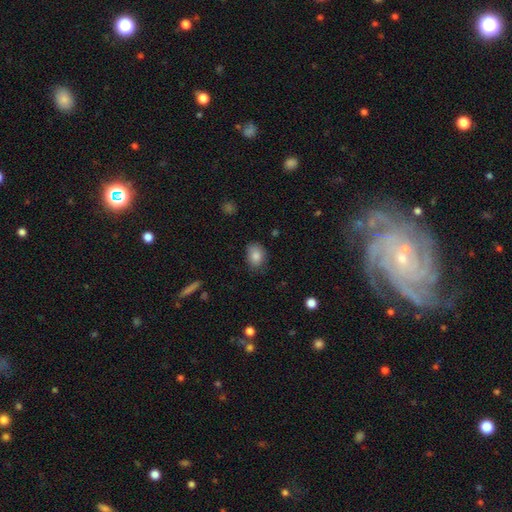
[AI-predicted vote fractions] The model was most divided on "how rounded": in between: 66%, round: 33%, cigar-shaped: 1%. More confident: smooth or featured — smooth (84%); merging — none (73%).